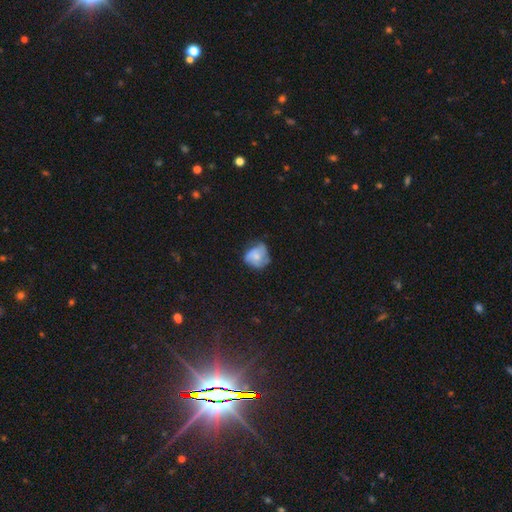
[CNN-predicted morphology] smooth 48%, featured or disk 43%, star or artifact 9%. Down the decision tree: merging — none (51%).